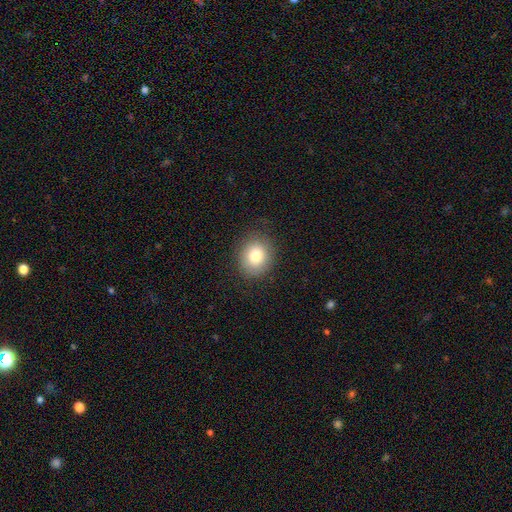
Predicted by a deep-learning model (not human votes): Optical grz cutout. It shows a smooth galaxy with no disk features (79%) that is round (70%). Merging: none (84%).